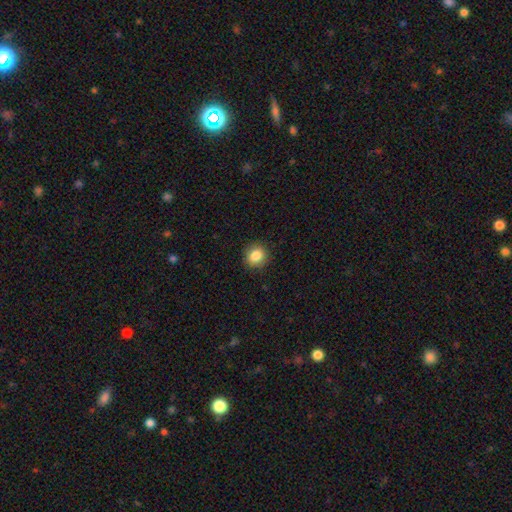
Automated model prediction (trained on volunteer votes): Overall: smooth (85%). How rounded: round (80%). Merging: none (90%).